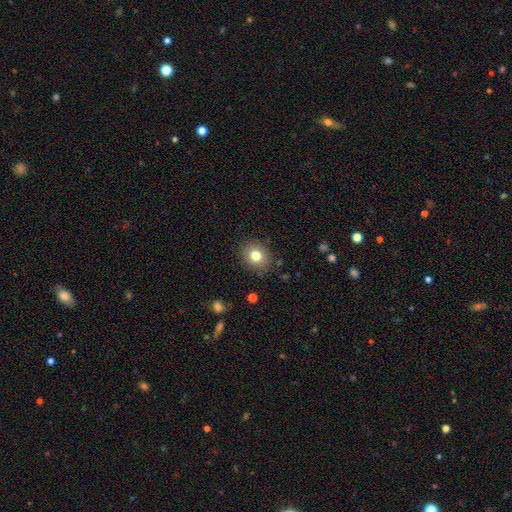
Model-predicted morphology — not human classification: type=smooth (79%); roundness=round (72%); merging=none (86%).